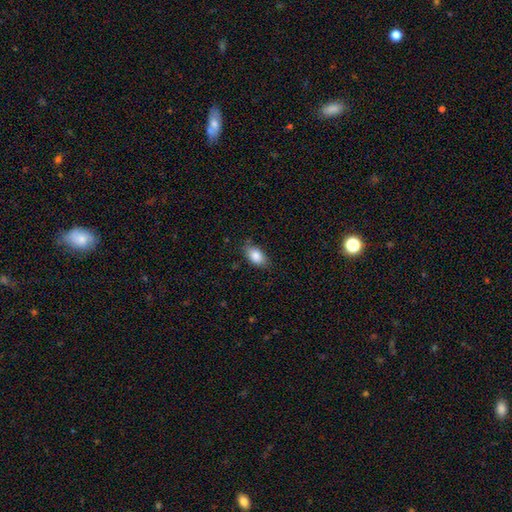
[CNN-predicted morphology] This is clearly a smooth galaxy (85%). How rounded: clearly in between (91%). Merging: likely none (79%).